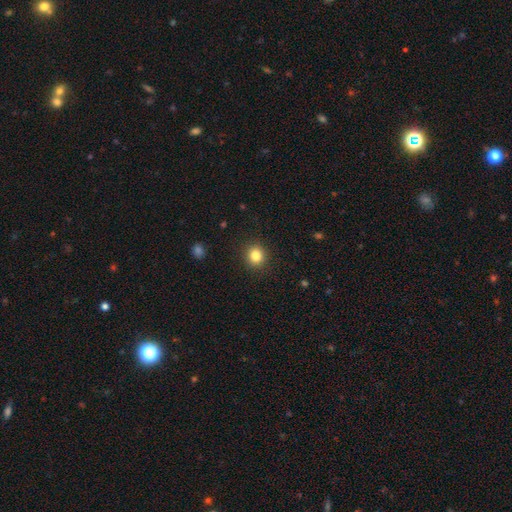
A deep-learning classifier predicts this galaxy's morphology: smooth-or-featured: smooth: 83% | star or artifact: 11% | featured or disk: 6%
  how-rounded: round: 84% | in between: 15% | cigar-shaped: 1%
  merging: none: 91% | minor disturbance: 6% | major disturbance: 2% | merger: 1%